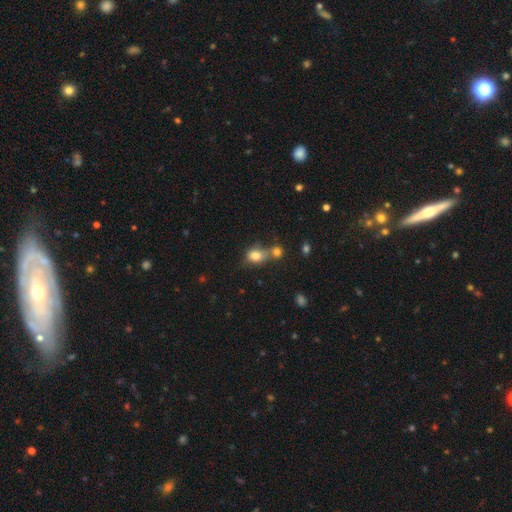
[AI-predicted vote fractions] Smooth or featured: smooth — 79% (star or artifact — 11%)
How rounded: in between — 53% (round — 45%)
Merging: merger — 45% (none — 36%)